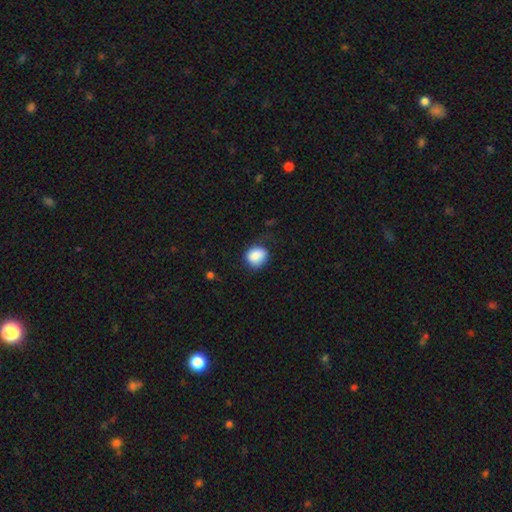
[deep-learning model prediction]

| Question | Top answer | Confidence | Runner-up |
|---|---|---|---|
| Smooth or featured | smooth | 87% | star or artifact (8%) |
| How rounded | round | 66% | in between (33%) |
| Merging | none | 61% | minor disturbance (27%) |